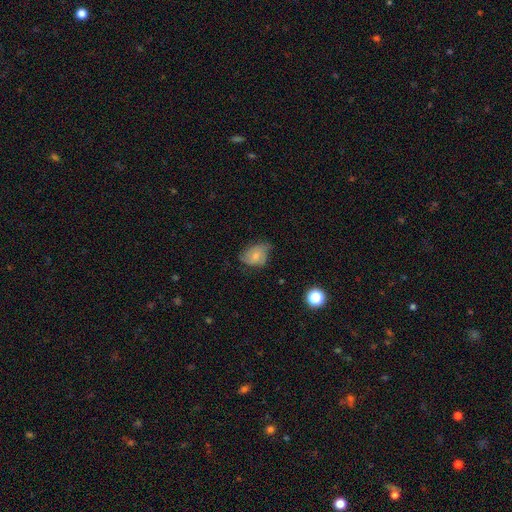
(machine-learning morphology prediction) smooth-or-featured: smooth: 56% | featured or disk: 35% | star or artifact: 9%
  how-rounded: in between: 69% | round: 30% | cigar-shaped: 1%
  merging: none: 49% | minor disturbance: 36% | major disturbance: 13% | merger: 1%